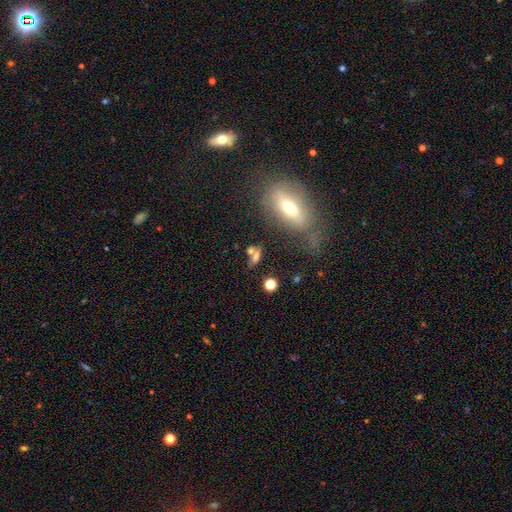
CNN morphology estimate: This appears to be a smooth galaxy with no disk features (62%) that is in between round and cigar-shaped (60%). Merging: none (51%).